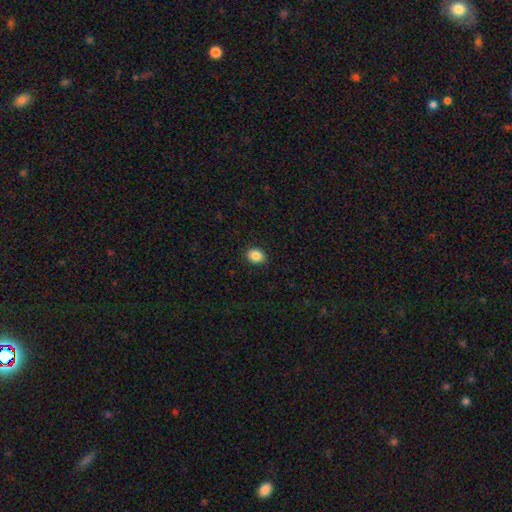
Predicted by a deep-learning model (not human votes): Smooth or featured? Predicted: smooth (p=0.86). How rounded? Predicted: round (p=0.53). Merging? Predicted: none (p=0.89).